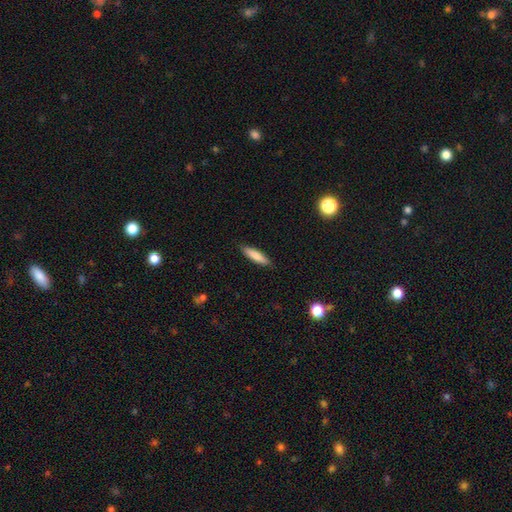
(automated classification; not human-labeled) Smooth or featured: smooth — 81% (featured or disk — 13%)
How rounded: cigar-shaped — 77% (in between — 21%)
Merging: none — 89% (minor disturbance — 8%)